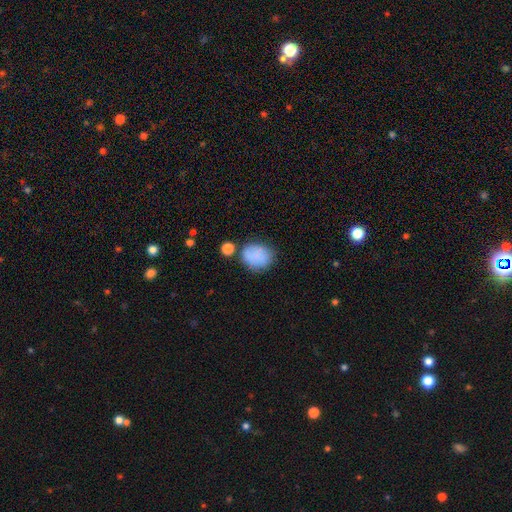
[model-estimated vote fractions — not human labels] This is clearly a smooth galaxy (83%). How rounded: possibly round (55%). Merging: likely none (62%).